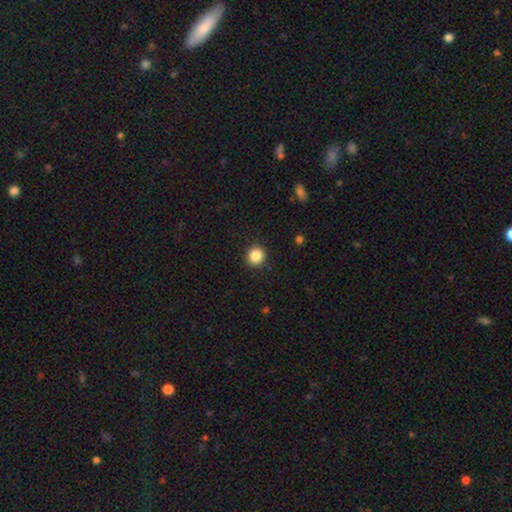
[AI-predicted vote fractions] Smooth or featured? smooth (86%)
How rounded? round (91%)
Merging? none (91%)